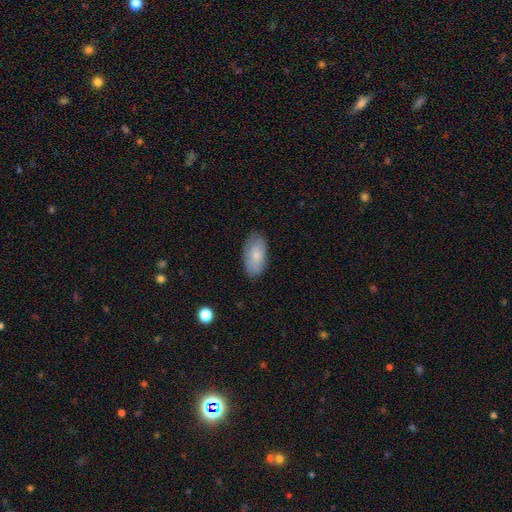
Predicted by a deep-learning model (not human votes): Smooth or featured? Predicted: smooth (p=0.76). How rounded? Predicted: in between (p=0.94). Merging? Predicted: none (p=0.81).